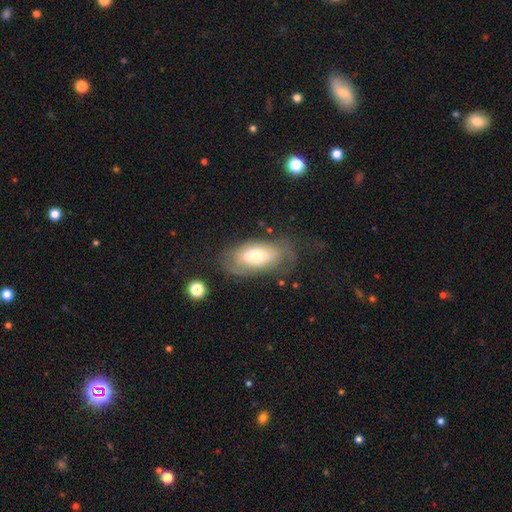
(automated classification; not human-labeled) smooth_or_featured: smooth (p=0.49) [alt: featured or disk p=0.43]
merging: none (p=0.54) [alt: minor disturbance p=0.25]